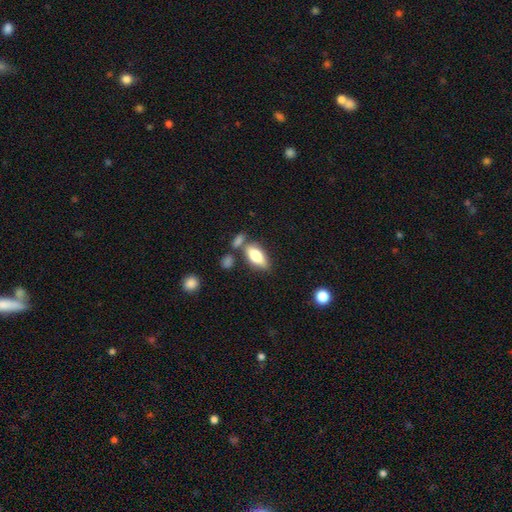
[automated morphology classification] Smooth or featured: smooth — 71% (featured or disk — 22%)
How rounded: in between — 83% (cigar-shaped — 13%)
Merging: none — 58% (merger — 21%)